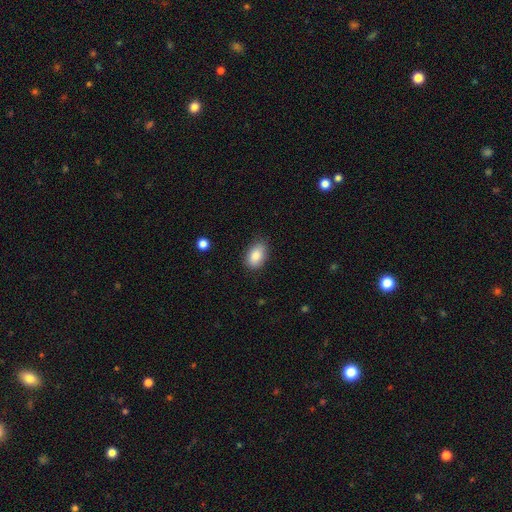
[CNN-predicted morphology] This is clearly a smooth galaxy (86%). How rounded: clearly in between (89%). Merging: clearly none (80%).